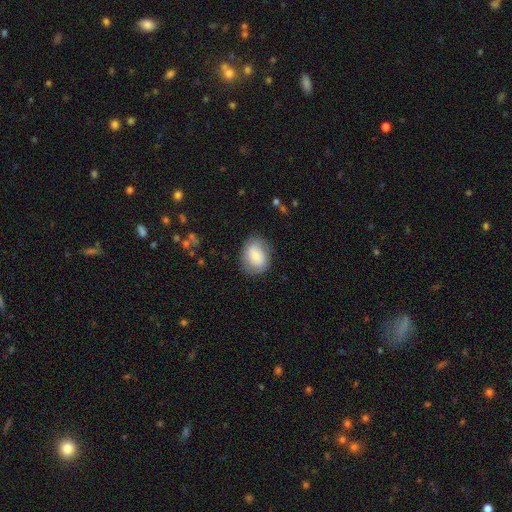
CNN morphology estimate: A smooth galaxy with no disk features (74%) that is in between round and cigar-shaped (54%).

Vote fractions:
- Smooth or featured? smooth: 74% / featured or disk: 18% / star or artifact: 7%
- How rounded? in between: 54% / round: 45% / cigar-shaped: 1%
- Merging? none: 77% / minor disturbance: 16% / major disturbance: 6% / merger: 1%